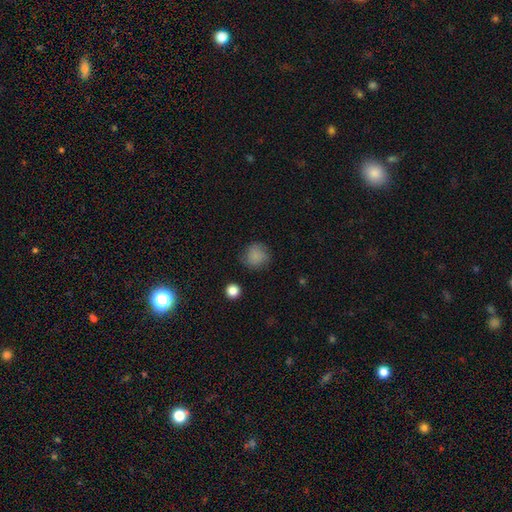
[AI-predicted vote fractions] smooth-or-featured: smooth: 84% | star or artifact: 10% | featured or disk: 6%
  how-rounded: round: 90% | in between: 9% | cigar-shaped: 1%
  merging: none: 80% | minor disturbance: 14% | major disturbance: 5% | merger: 2%